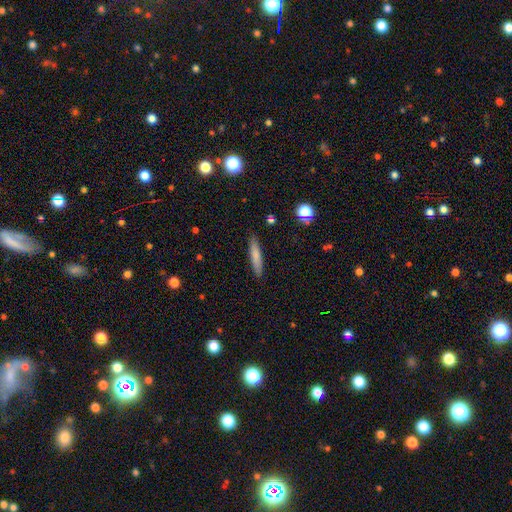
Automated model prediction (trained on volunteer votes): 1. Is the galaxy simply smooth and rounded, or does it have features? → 77% smooth, 16% featured or disk, 7% star or artifact.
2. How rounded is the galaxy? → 88% cigar-shaped, 11% in between, 1% round.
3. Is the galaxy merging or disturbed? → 88% none, 9% minor disturbance, 2% major disturbance, 1% merger.